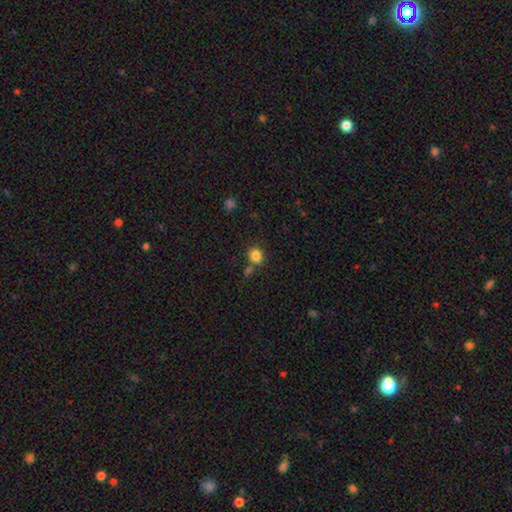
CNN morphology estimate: Smooth or featured: smooth — 84% (star or artifact — 11%)
How rounded: round — 76% (in between — 23%)
Merging: none — 69% (merger — 16%)